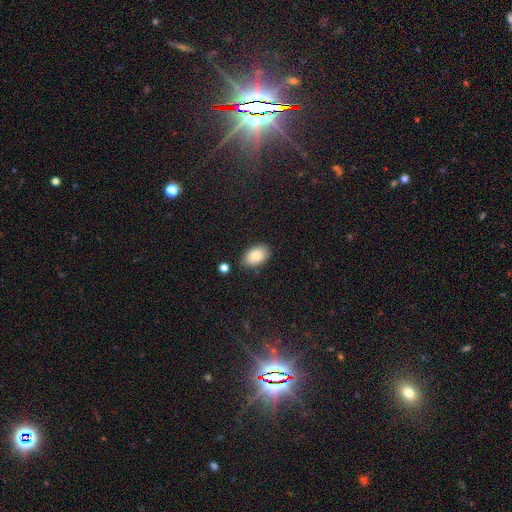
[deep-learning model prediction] smooth-or-featured: smooth: 86% | star or artifact: 7% | featured or disk: 7%
  how-rounded: in between: 92% | round: 7% | cigar-shaped: 1%
  merging: none: 84% | minor disturbance: 11% | merger: 3% | major disturbance: 3%